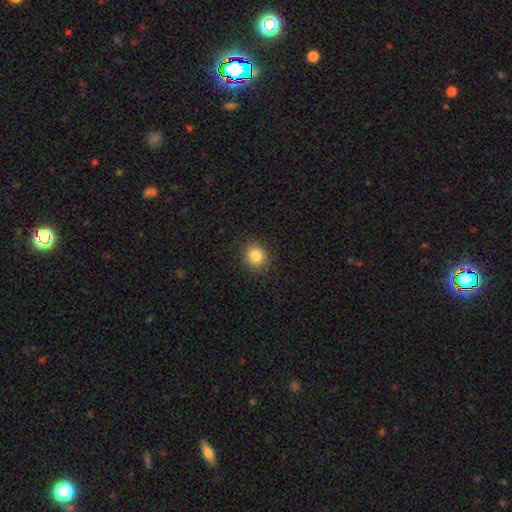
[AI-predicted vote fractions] The model was most divided on "how rounded": round: 83%, in between: 16%, cigar-shaped: 1%. More confident: merging — none (90%); smooth or featured — smooth (84%).